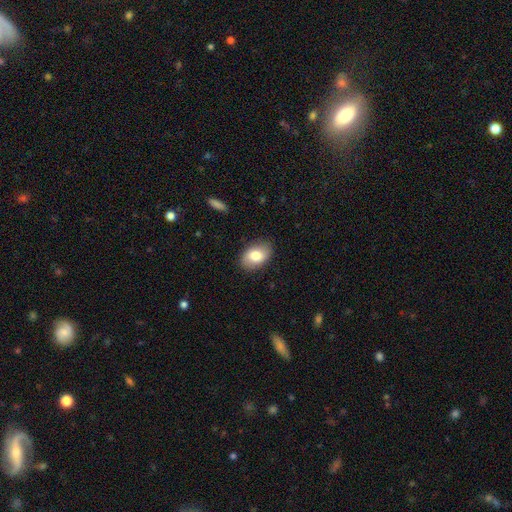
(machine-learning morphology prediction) Smooth or featured? Predicted: smooth (p=0.78). How rounded? Predicted: in between (p=0.88). Merging? Predicted: none (p=0.85).